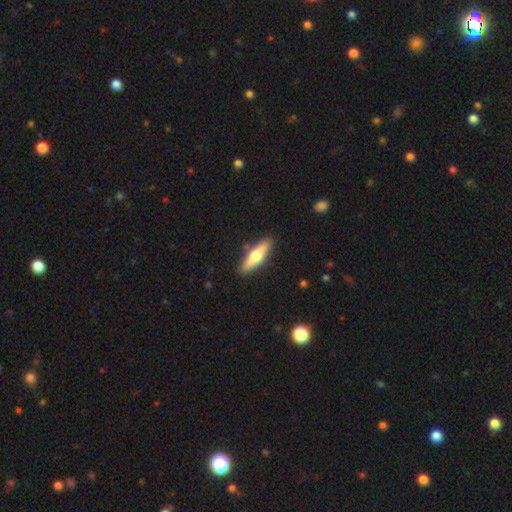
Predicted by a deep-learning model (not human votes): Smooth or featured? Predicted: featured or disk (p=0.48). Merging? Predicted: none (p=0.87).